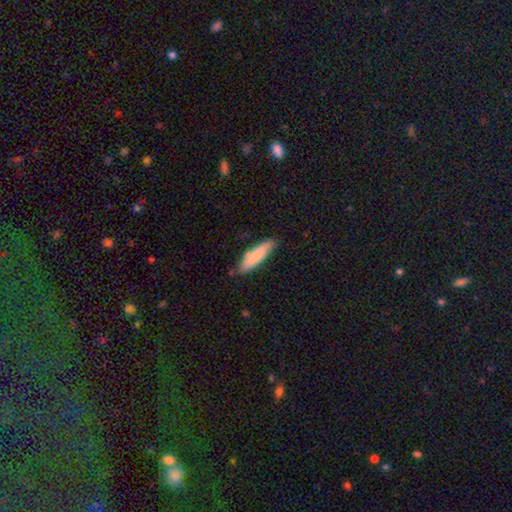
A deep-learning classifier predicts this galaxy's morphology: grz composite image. It shows a smooth galaxy with no disk features (81%) that is cigar-shaped (69%). Merging: none (75%).